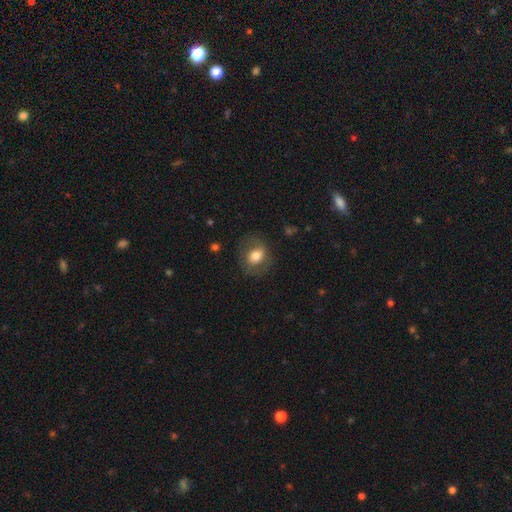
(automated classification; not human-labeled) Morphology: type=smooth (64%); roundness=round (55%); merging=none (75%).